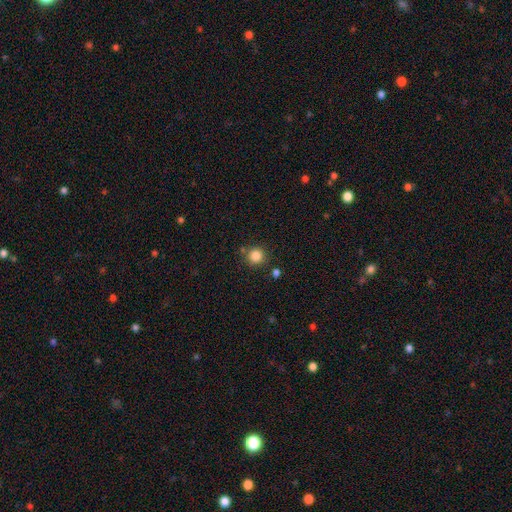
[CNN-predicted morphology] smooth 84%, star or artifact 11%, featured or disk 4%. Down the decision tree: how rounded — round (93%); merging — none (81%).